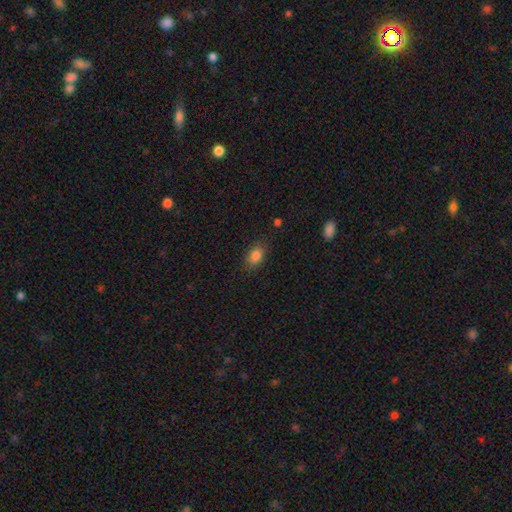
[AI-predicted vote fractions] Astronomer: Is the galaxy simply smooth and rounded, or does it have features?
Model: smooth — 83%.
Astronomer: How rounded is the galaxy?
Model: in between — 83%.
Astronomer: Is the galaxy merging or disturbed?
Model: none — 82%.